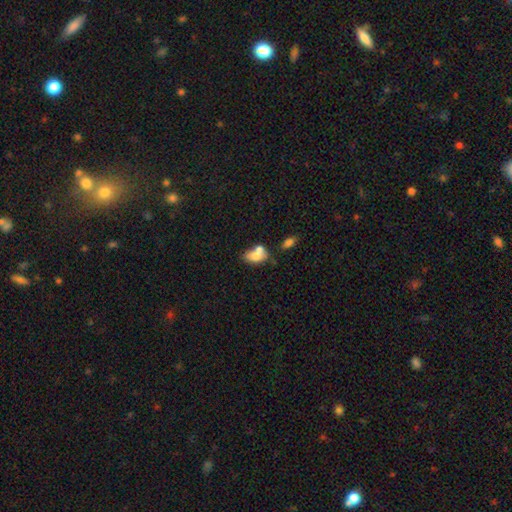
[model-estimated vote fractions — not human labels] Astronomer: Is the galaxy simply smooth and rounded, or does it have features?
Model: smooth — 72%.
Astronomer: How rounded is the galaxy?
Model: in between — 85%.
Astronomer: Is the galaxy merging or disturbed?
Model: merger — 47% (runner-up: none, 33%).